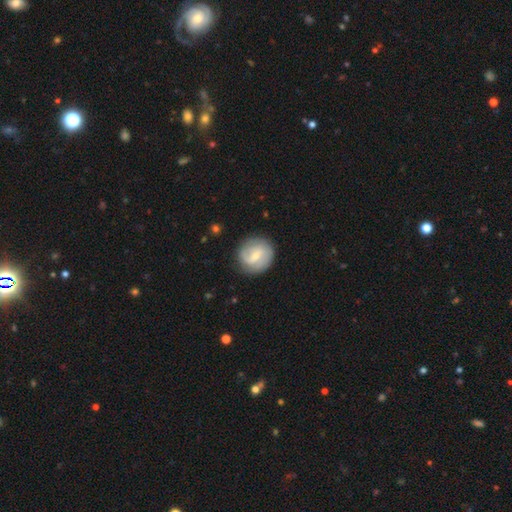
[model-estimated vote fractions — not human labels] Smooth or featured?
  - featured or disk: 63% *
  - smooth: 31%
  - star or artifact: 6%
Edge-on disk?
  - no: 98% *
  - yes: 2%
Bar?
  - weak: 59% *
  - no: 25%
  - strong: 16%
Spiral arms?
  - yes: 86% *
  - no: 14%
Spiral winding?
  - medium: 40% *
  - tight: 36%
  - loose: 25%
Spiral arm count?
  - 2: 68% *
  - can't tell: 18%
  - 1: 6%
  - 3: 5%
  - 4: 2%
  - more than 4: 2%
Bulge size?
  - small: 63% *
  - moderate: 31%
  - none: 3%
  - large: 2%
  - dominant: 1%
Merging?
  - none: 81% *
  - minor disturbance: 13%
  - major disturbance: 5%
  - merger: 1%